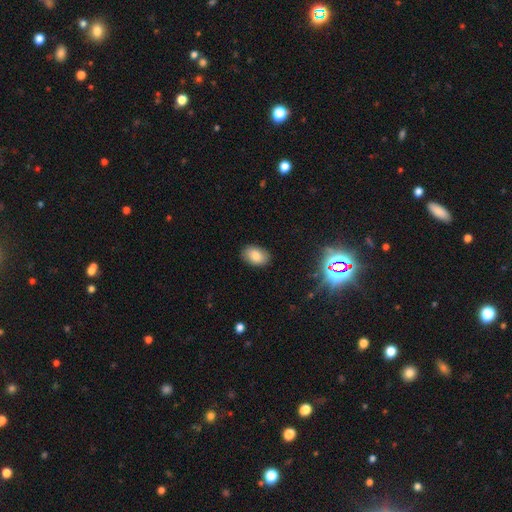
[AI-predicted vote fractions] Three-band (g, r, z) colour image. It shows a smooth galaxy with no disk features (82%) that is in between round and cigar-shaped (87%). Merging: none (87%).